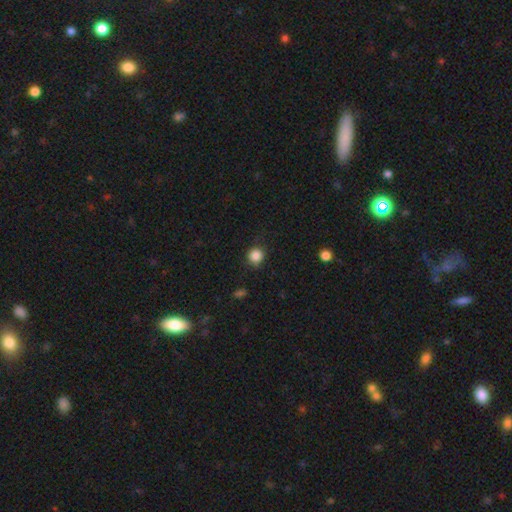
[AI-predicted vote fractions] Smooth or featured? smooth (85%)
How rounded? round (91%)
Merging? none (83%)